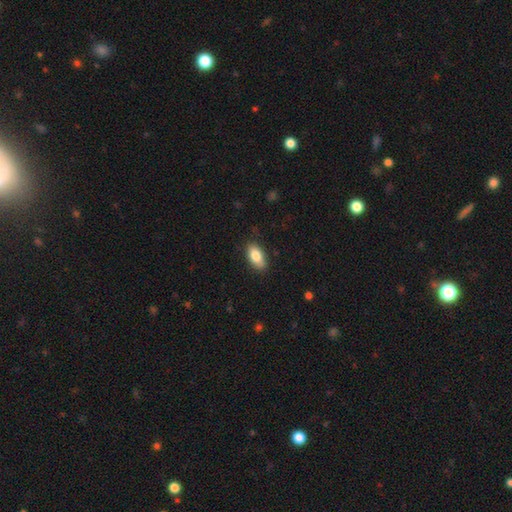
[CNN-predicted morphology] Smooth or featured? Predicted: smooth (p=0.82). How rounded? Predicted: in between (p=0.91). Merging? Predicted: none (p=0.84).